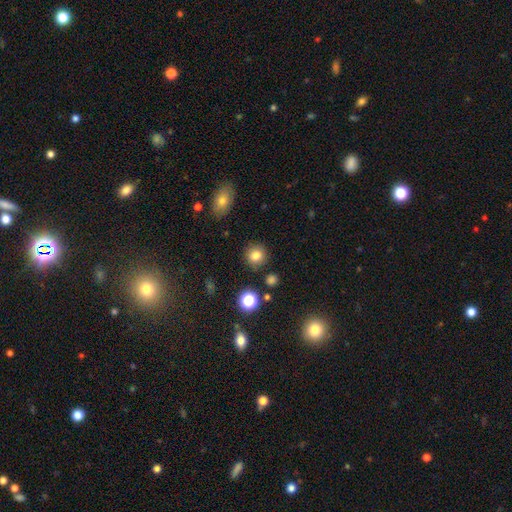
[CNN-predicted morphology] The model was most divided on "smooth or featured": smooth: 82%, star or artifact: 12%, featured or disk: 6%. More confident: how rounded — round (90%); merging — none (88%).